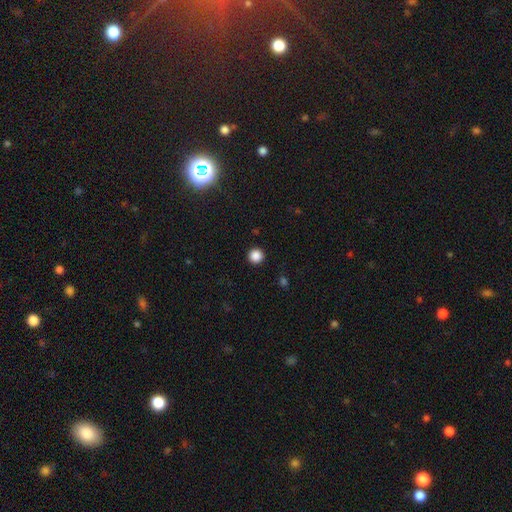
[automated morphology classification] smooth_or_featured: smooth (p=0.86) [alt: star or artifact p=0.11]
how_rounded: round (p=0.96) [alt: in between p=0.03]
merging: none (p=0.93) [alt: minor disturbance p=0.04]